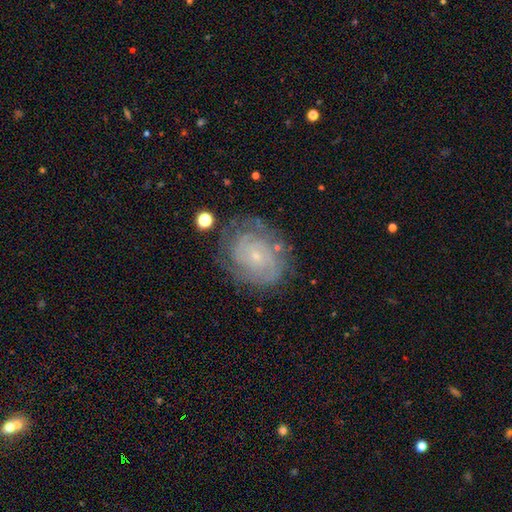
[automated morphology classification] Smooth or featured? featured or disk (75%)
Edge-on disk? no (97%)
Bar? no (78%)
Spiral arms? yes (90%)
Spiral winding? tight (71%)
Spiral arm count? can't tell (42%)
Bulge size? small (83%)
Merging? none (72%)